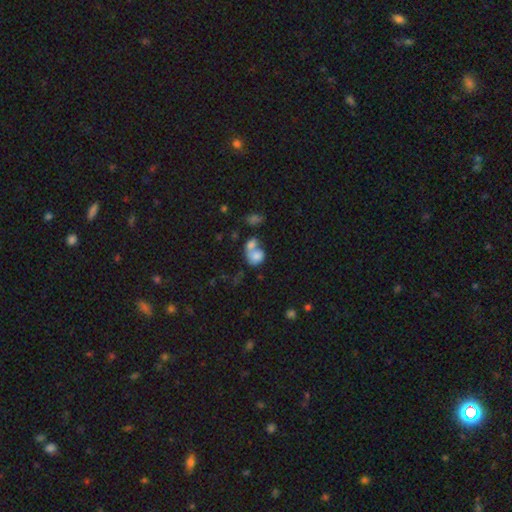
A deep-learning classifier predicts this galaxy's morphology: type=smooth (73%); roundness=in between (57%); merging=merger (66%).